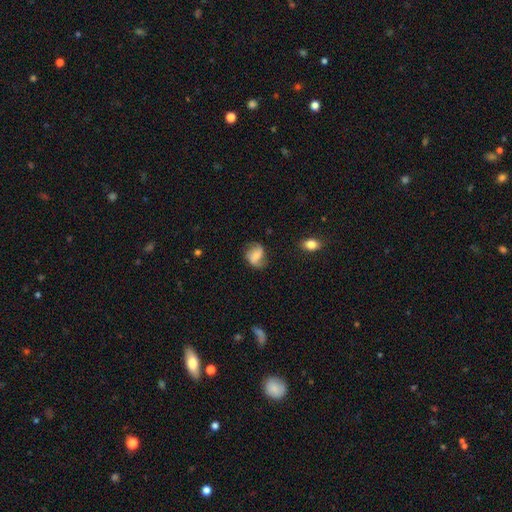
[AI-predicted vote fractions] Smooth or featured? Predicted: featured or disk (p=0.61). Edge-on disk? Predicted: no (p=0.97). Bar? Predicted: weak (p=0.43). Spiral arms? Predicted: yes (p=0.92). Spiral winding? Predicted: loose (p=0.52). Spiral arm count? Predicted: 2 (p=0.87). Bulge size? Predicted: small (p=0.43). Merging? Predicted: none (p=0.69).